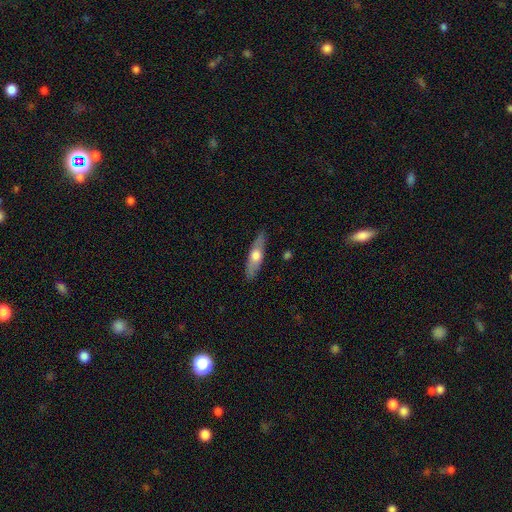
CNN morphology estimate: Smooth or featured? Predicted: smooth (p=0.48). Merging? Predicted: none (p=0.86).